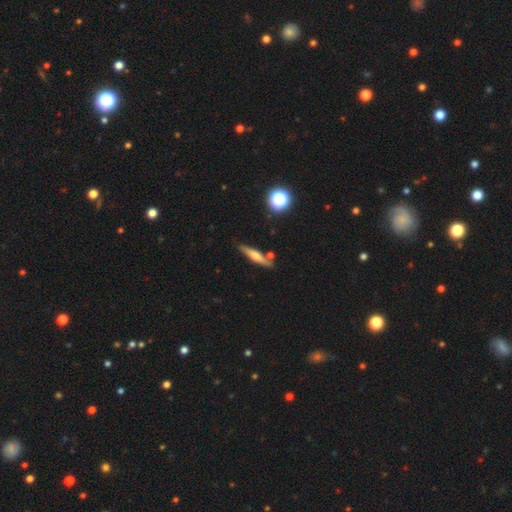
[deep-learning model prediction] smooth-or-featured: featured or disk: 49% | smooth: 43% | star or artifact: 9%
  merging: none: 79% | minor disturbance: 12% | merger: 7% | major disturbance: 3%